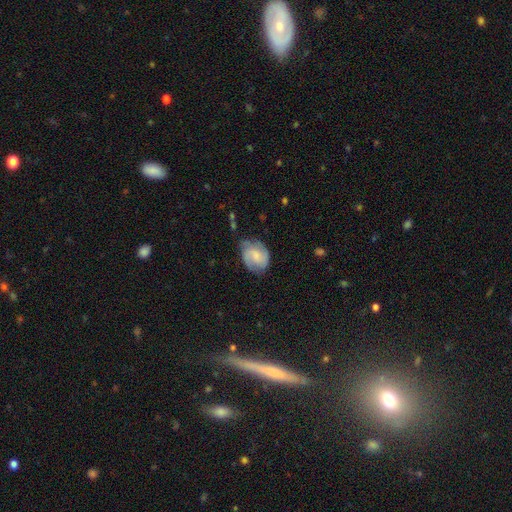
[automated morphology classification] Smooth or featured? featured or disk (55%)
Edge-on disk? no (97%)
Bar? no (53%)
Spiral arms? yes (88%)
Bulge size? small (39%)
Merging? none (59%)